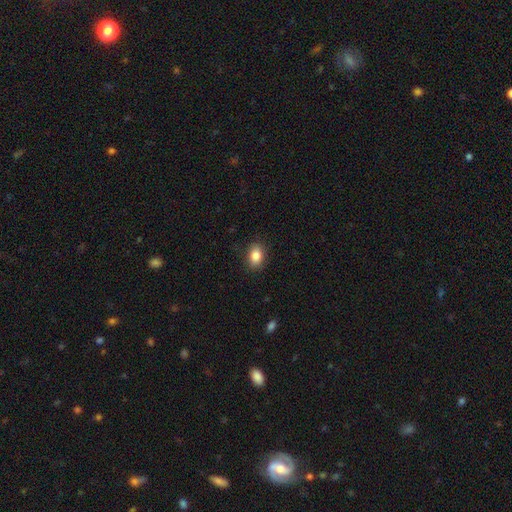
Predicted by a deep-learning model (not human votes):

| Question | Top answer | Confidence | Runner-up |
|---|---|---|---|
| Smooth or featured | smooth | 86% | star or artifact (9%) |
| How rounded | in between | 78% | round (21%) |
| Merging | none | 86% | minor disturbance (10%) |